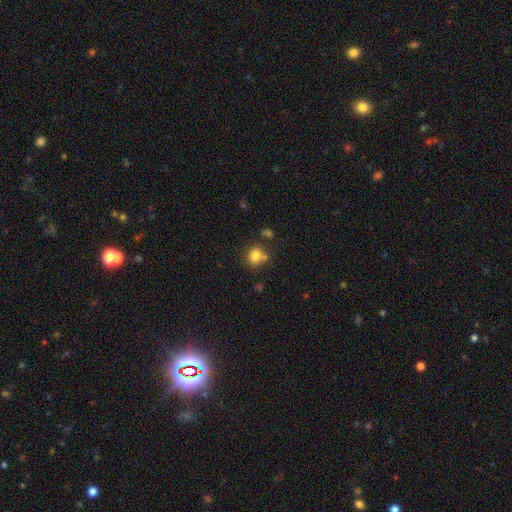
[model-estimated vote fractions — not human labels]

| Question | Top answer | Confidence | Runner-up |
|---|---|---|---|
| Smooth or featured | smooth | 81% | star or artifact (11%) |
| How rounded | round | 77% | in between (22%) |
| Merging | none | 67% | merger (15%) |